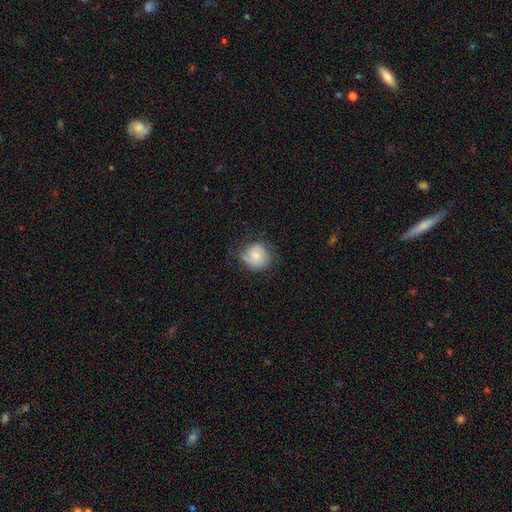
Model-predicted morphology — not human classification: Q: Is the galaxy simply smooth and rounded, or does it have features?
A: smooth — 62%.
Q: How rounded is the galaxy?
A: round — 84%.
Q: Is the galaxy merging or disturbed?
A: none — 58%.